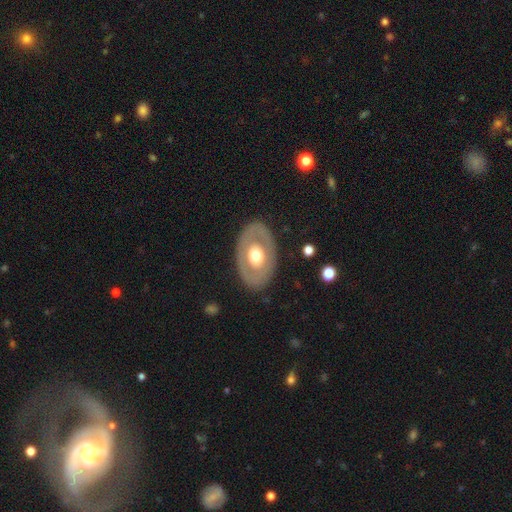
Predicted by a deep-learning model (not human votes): Smooth or featured? featured or disk (51%)
Edge-on disk? no (89%)
Merging? none (84%)